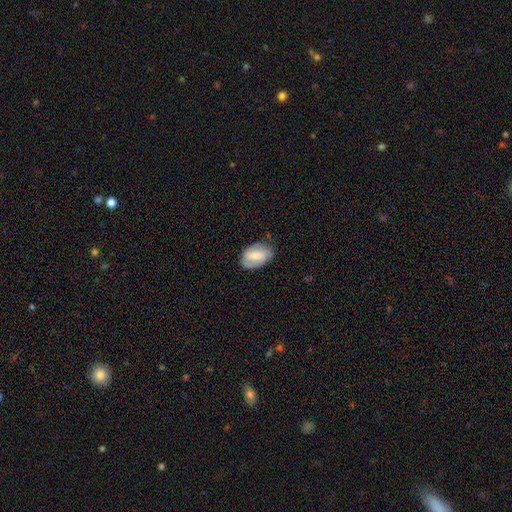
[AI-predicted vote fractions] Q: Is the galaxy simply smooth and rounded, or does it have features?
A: smooth — 47%.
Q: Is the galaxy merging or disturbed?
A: none — 71%.